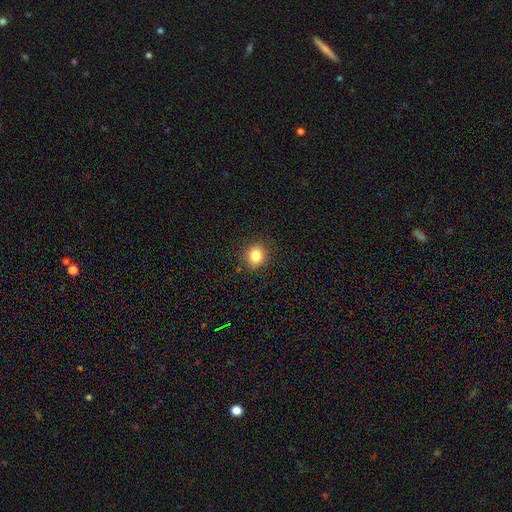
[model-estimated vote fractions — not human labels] smooth-or-featured: smooth: 84% | star or artifact: 11% | featured or disk: 5%
  how-rounded: round: 78% | in between: 21% | cigar-shaped: 1%
  merging: none: 87% | minor disturbance: 10% | major disturbance: 3% | merger: 1%